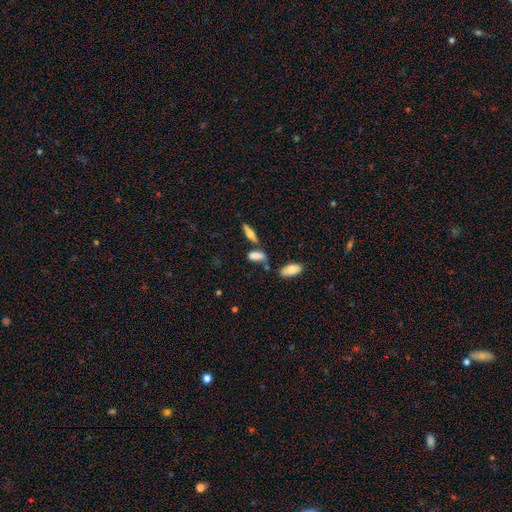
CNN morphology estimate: Smooth or featured? smooth (71%)
How rounded? in between (68%)
Merging? none (54%)